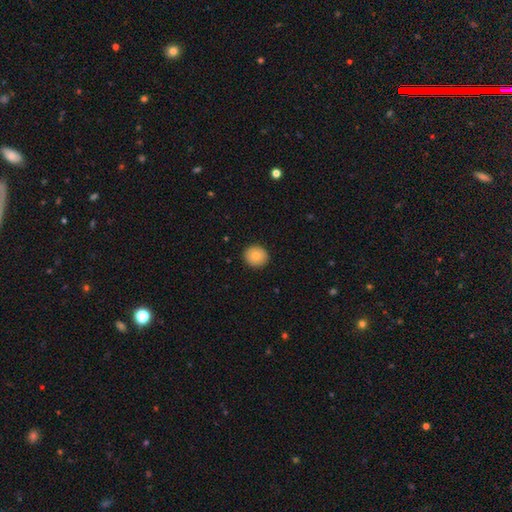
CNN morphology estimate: Smooth or featured? Predicted: smooth (p=0.83). How rounded? Predicted: round (p=0.88). Merging? Predicted: none (p=0.91).